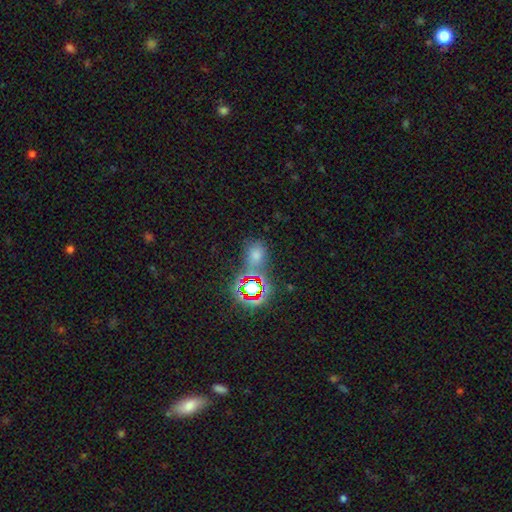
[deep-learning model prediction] This is possibly a smooth galaxy (52%). How rounded: possibly in between (51%). Merging: possibly none (59%).